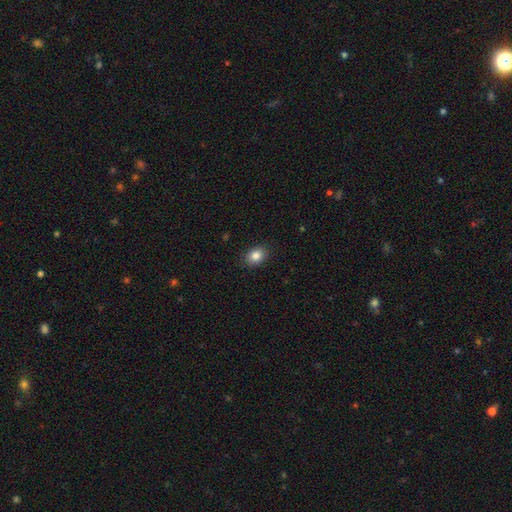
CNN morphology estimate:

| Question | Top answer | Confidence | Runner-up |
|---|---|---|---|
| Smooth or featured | smooth | 85% | star or artifact (9%) |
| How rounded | in between | 68% | round (31%) |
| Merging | none | 88% | minor disturbance (9%) |